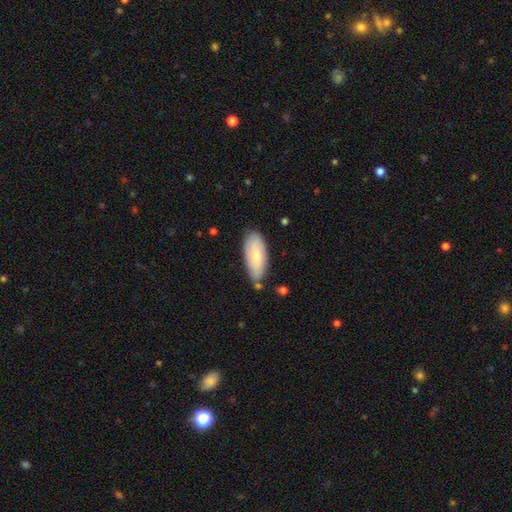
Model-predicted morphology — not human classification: A smooth galaxy with no disk features (74%) that is in between round and cigar-shaped (83%).

Vote fractions:
- Smooth or featured? smooth: 74% / featured or disk: 21% / star or artifact: 6%
- How rounded? in between: 83% / cigar-shaped: 15% / round: 2%
- Merging? none: 74% / minor disturbance: 19% / merger: 4% / major disturbance: 3%